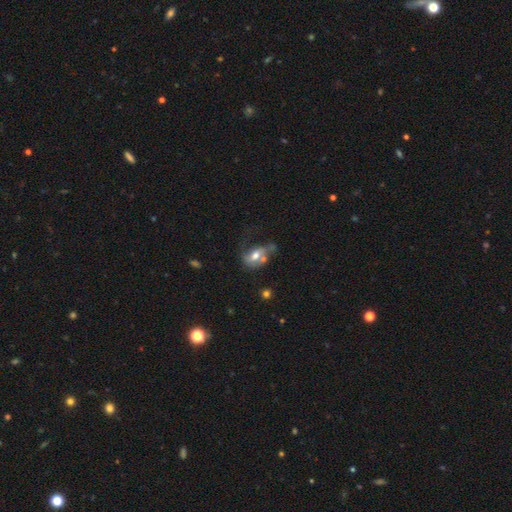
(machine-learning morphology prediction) A smooth galaxy with no disk features (47%). Merging: major disturbance (30%).